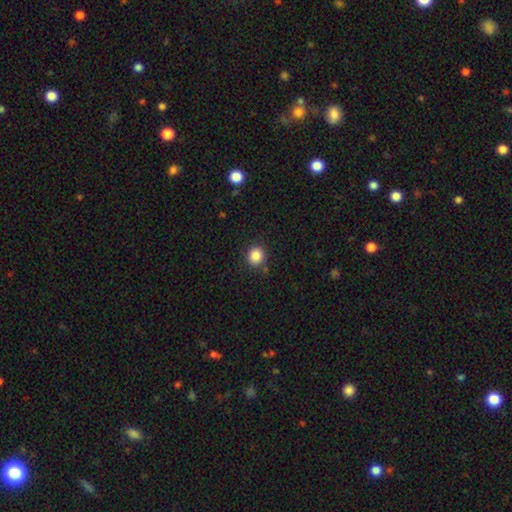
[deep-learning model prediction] A smooth galaxy with no disk features (86%) that is round (87%). Merging: none (85%).